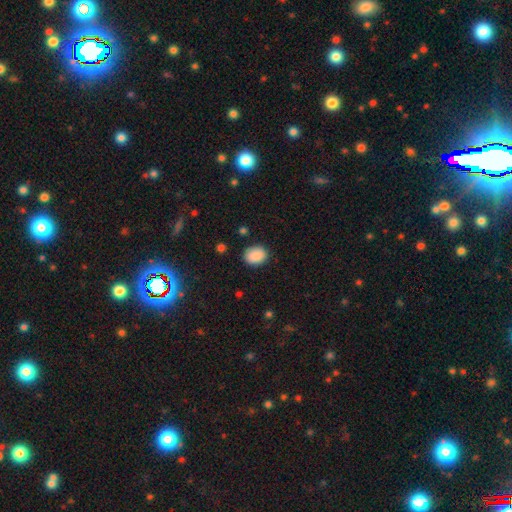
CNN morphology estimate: Smooth or featured? Predicted: smooth (p=0.89). How rounded? Predicted: in between (p=0.57). Merging? Predicted: none (p=0.86).